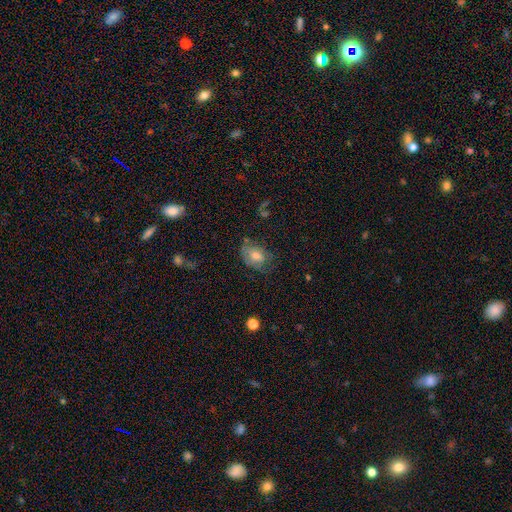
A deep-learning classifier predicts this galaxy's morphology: Smooth or featured? Predicted: smooth (p=0.55). How rounded? Predicted: in between (p=0.78). Merging? Predicted: none (p=0.57).